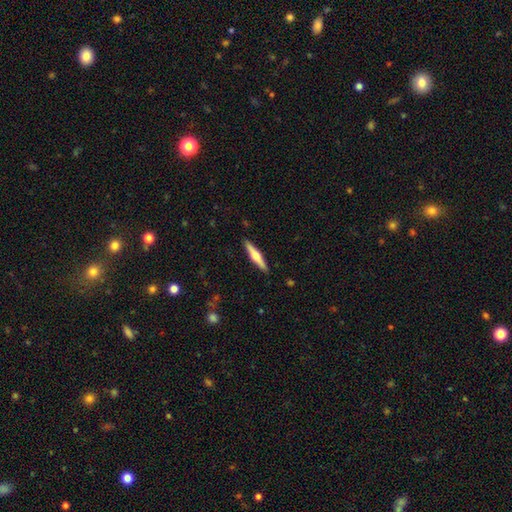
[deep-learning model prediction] smooth-or-featured: featured or disk: 58% | smooth: 37% | star or artifact: 5%
  disk-edge-on: yes: 97% | no: 3%
    edge-on-bulge: rounded: 89% | boxy: 7% | none: 4%
  merging: none: 91% | minor disturbance: 7% | major disturbance: 1% | merger: 1%